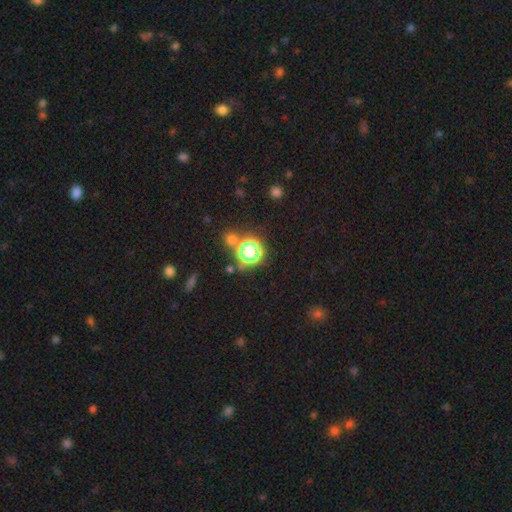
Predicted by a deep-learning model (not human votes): This appears to be a star or artifact, not a galaxy (60%).